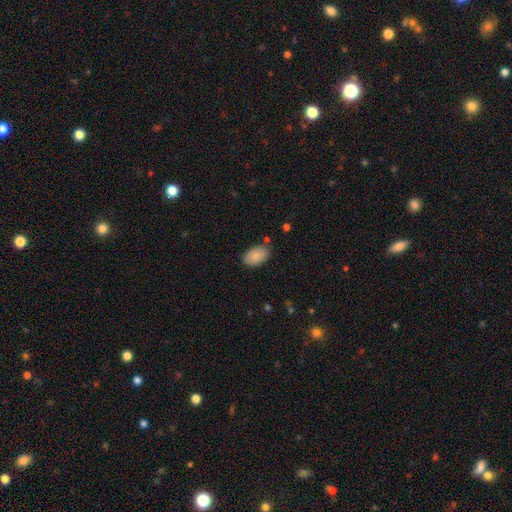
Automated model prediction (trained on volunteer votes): Smooth or featured?
  - smooth: 89% *
  - star or artifact: 7%
  - featured or disk: 4%
How rounded?
  - in between: 92% *
  - round: 6%
  - cigar-shaped: 1%
Merging?
  - none: 81% *
  - minor disturbance: 14%
  - major disturbance: 3%
  - merger: 3%